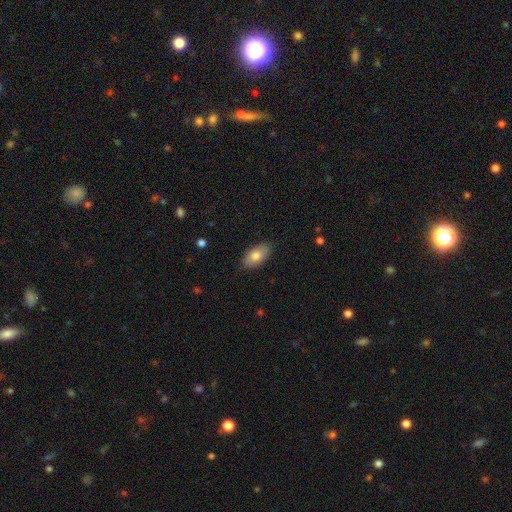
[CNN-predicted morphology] smooth_or_featured: smooth (p=0.79) [alt: featured or disk p=0.15]
how_rounded: in between (p=0.93) [alt: cigar-shaped p=0.04]
merging: none (p=0.86) [alt: minor disturbance p=0.11]